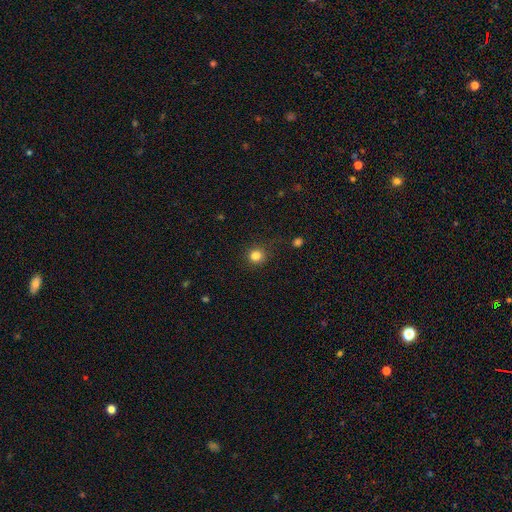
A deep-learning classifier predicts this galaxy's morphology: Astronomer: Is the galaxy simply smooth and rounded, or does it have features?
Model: smooth — 84%.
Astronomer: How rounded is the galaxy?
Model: round — 89%.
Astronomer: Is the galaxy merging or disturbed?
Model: none — 85%.